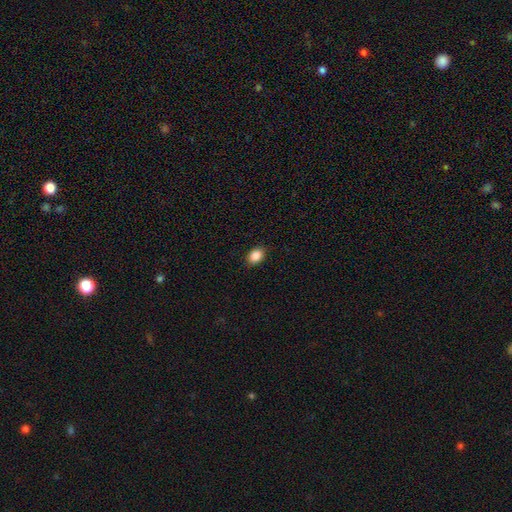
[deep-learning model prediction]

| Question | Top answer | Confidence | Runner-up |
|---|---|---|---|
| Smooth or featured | smooth | 88% | star or artifact (8%) |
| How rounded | in between | 77% | round (22%) |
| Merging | none | 89% | minor disturbance (8%) |